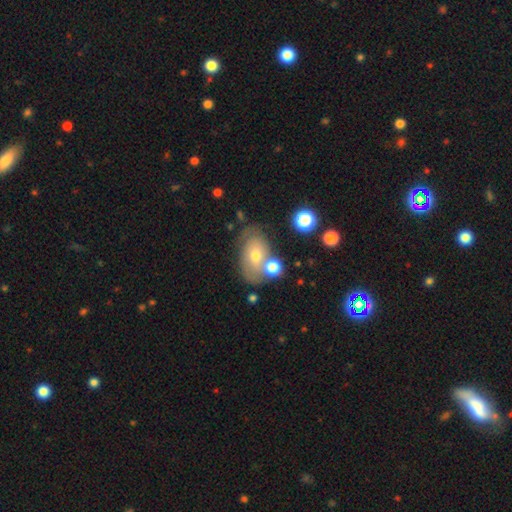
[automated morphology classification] Overall: smooth (54%; featured or disk 36%). How rounded: in between (82%). Merging: none (47%; merger 29%).